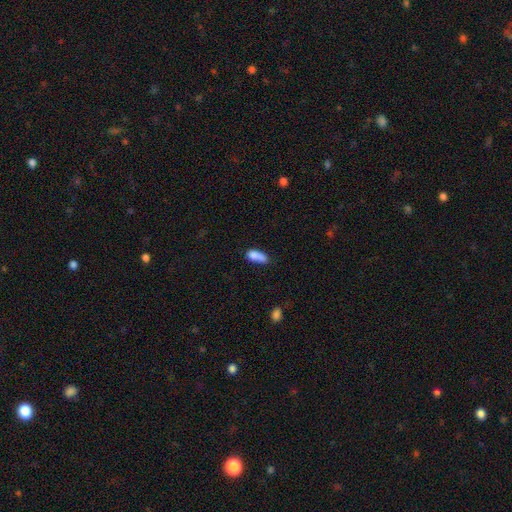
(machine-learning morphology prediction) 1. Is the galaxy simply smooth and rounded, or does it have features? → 77% smooth, 14% featured or disk, 9% star or artifact.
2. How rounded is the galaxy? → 81% in between, 13% cigar-shaped, 6% round.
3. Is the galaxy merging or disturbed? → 34% none, 32% merger, 23% minor disturbance, 11% major disturbance.